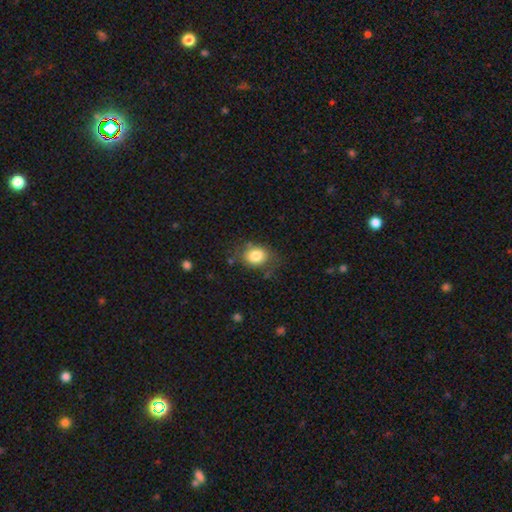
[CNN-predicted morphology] Smooth or featured?
  - smooth: 82% *
  - star or artifact: 9%
  - featured or disk: 9%
How rounded?
  - round: 53% *
  - in between: 46%
  - cigar-shaped: 1%
Merging?
  - none: 71% *
  - minor disturbance: 19%
  - major disturbance: 7%
  - merger: 3%